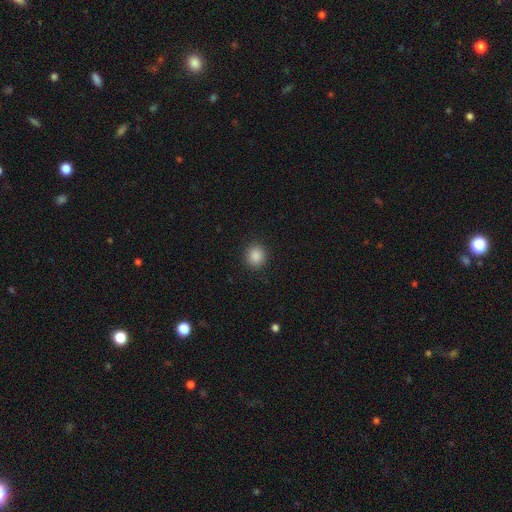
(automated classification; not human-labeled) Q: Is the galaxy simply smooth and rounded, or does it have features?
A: smooth — 87%.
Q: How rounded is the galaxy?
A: round — 86%.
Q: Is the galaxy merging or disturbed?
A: none — 91%.